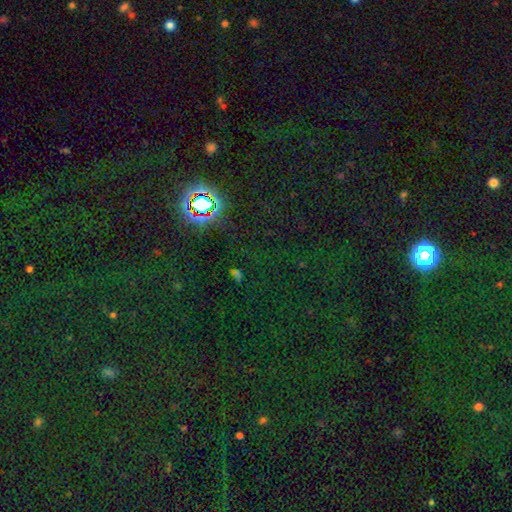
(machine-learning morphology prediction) Smooth or featured? star or artifact (77%)